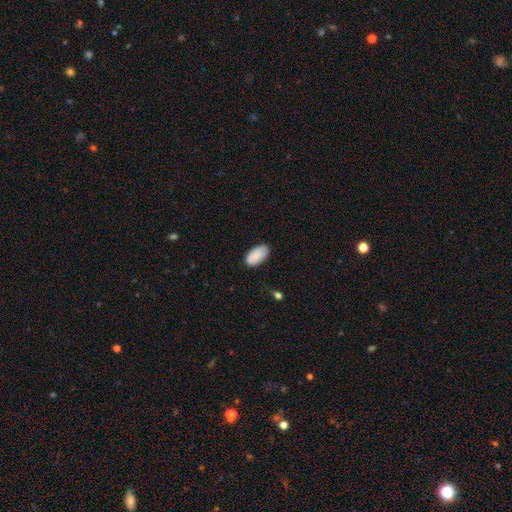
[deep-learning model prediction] smooth_or_featured: smooth (p=0.89) [alt: star or artifact p=0.06]
how_rounded: in between (p=0.95) [alt: round p=0.02]
merging: none (p=0.81) [alt: minor disturbance p=0.16]